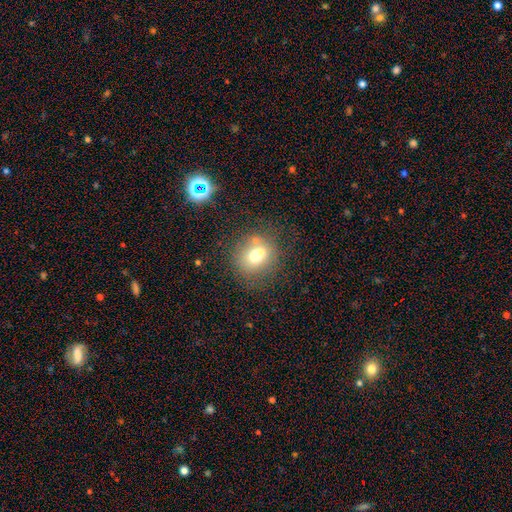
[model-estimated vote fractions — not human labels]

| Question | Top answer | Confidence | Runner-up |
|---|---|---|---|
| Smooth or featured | smooth | 63% | featured or disk (24%) |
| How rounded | round | 81% | in between (18%) |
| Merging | none | 44% | merger (42%) |